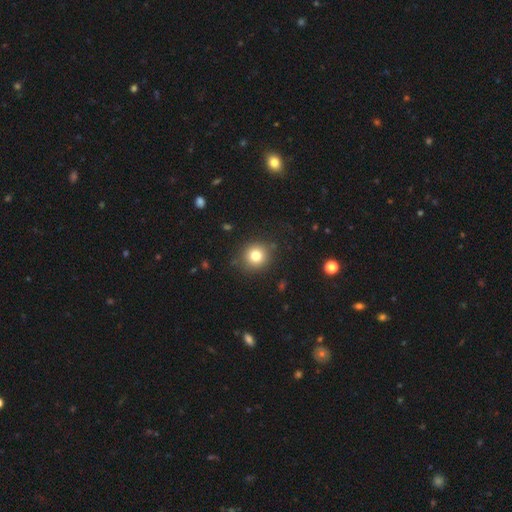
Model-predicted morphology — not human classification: This appears to be a smooth galaxy with no disk features (79%) that is round (92%). Merging: none (87%).